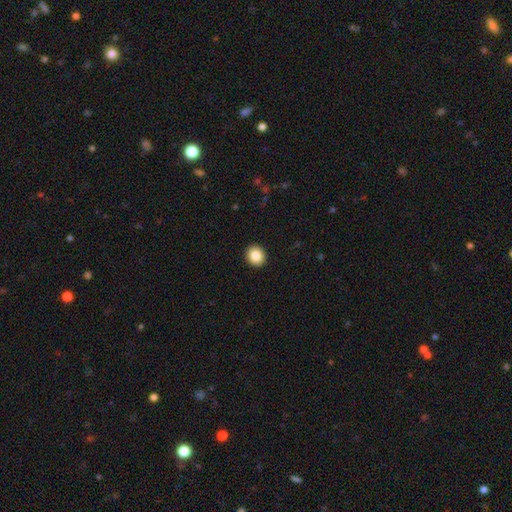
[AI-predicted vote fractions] The model was most divided on "how rounded": round: 78%, in between: 22%, cigar-shaped: 1%. More confident: merging — none (93%); smooth or featured — smooth (85%).